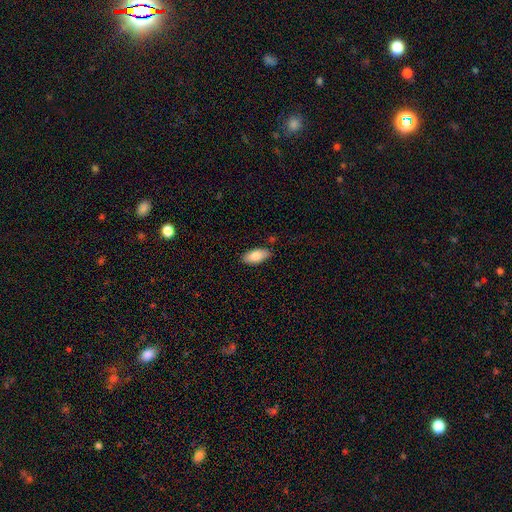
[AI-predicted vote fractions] This appears to be a smooth galaxy with no disk features (84%) that is in between round and cigar-shaped (90%). Merging: none (82%).